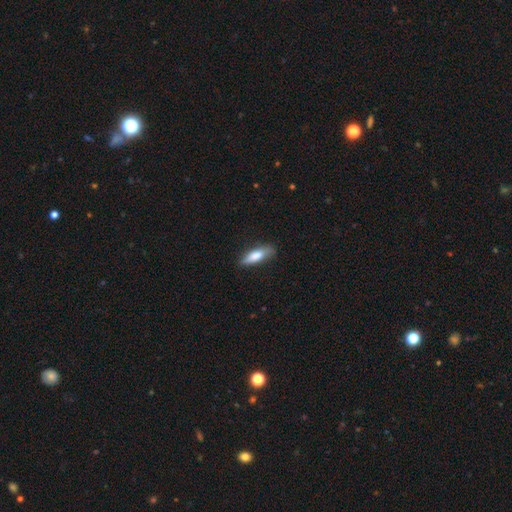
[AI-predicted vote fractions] Smooth or featured: smooth — 76% (featured or disk — 18%)
How rounded: in between — 49% (cigar-shaped — 48%)
Merging: none — 73% (minor disturbance — 21%)